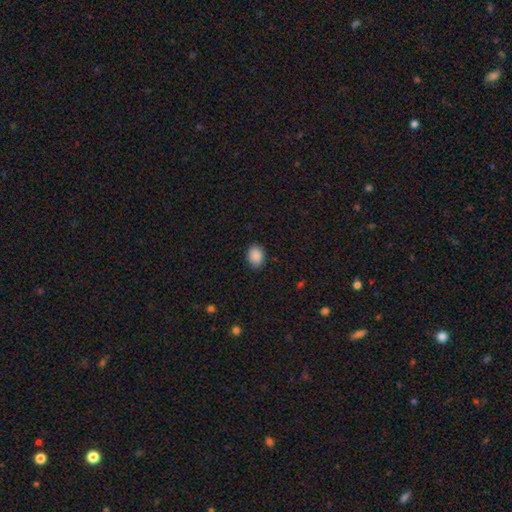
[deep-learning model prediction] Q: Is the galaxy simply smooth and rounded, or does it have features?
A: smooth — 89%.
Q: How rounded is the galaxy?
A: in between — 66%.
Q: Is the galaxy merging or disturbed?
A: none — 88%.